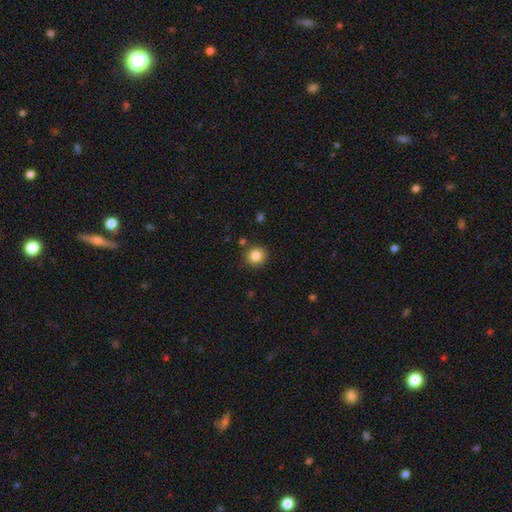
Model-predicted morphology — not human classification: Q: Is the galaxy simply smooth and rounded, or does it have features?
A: smooth — 85%.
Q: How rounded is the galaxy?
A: round — 92%.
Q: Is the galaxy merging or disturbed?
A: none — 88%.